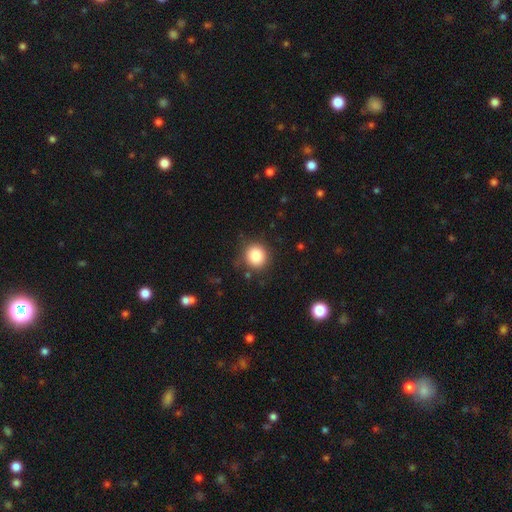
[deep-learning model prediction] The model was most divided on "merging": none: 84%, minor disturbance: 10%, major disturbance: 3%, merger: 2%. More confident: how rounded — round (88%); smooth or featured — smooth (85%).